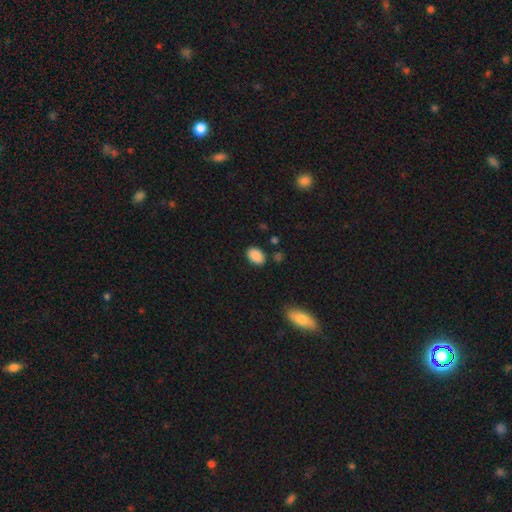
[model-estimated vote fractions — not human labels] smooth 89%, star or artifact 8%, featured or disk 3%. Down the decision tree: how rounded — in between (86%); merging — none (84%).